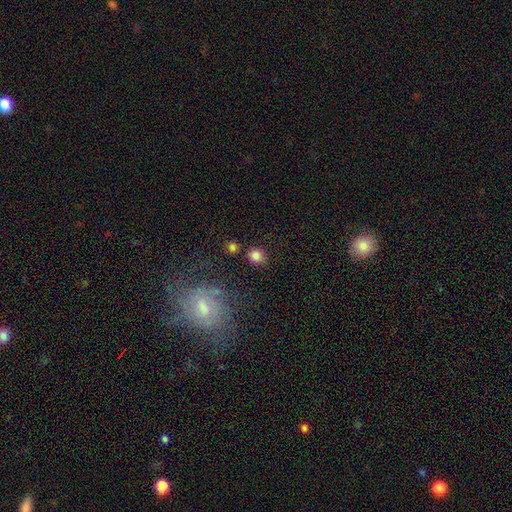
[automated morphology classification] A smooth galaxy with no disk features (83%) that is round (82%). Merging: none (79%).